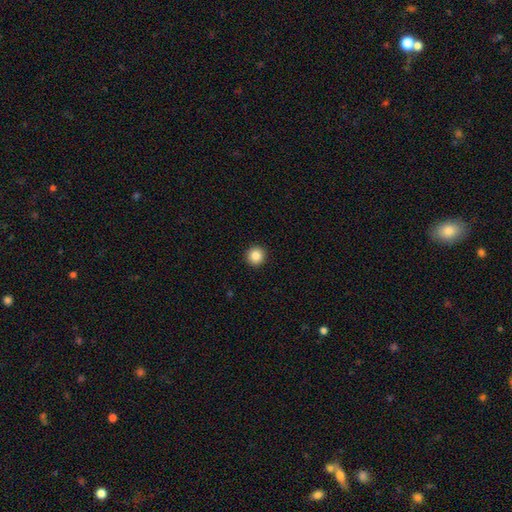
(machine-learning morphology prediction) smooth-or-featured: smooth: 87% | star or artifact: 10% | featured or disk: 3%
  how-rounded: round: 95% | in between: 4% | cigar-shaped: 1%
  merging: none: 93% | minor disturbance: 4% | major disturbance: 1% | merger: 1%